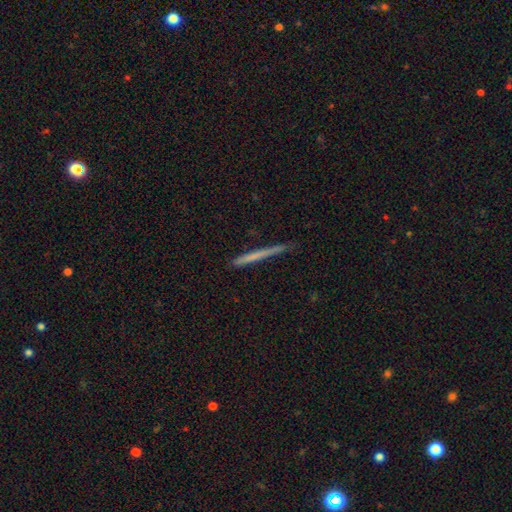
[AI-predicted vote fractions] smooth_or_featured: smooth (p=0.59) [alt: featured or disk p=0.35]
how_rounded: cigar-shaped (p=0.97) [alt: in between p=0.02]
merging: none (p=0.83) [alt: minor disturbance p=0.13]